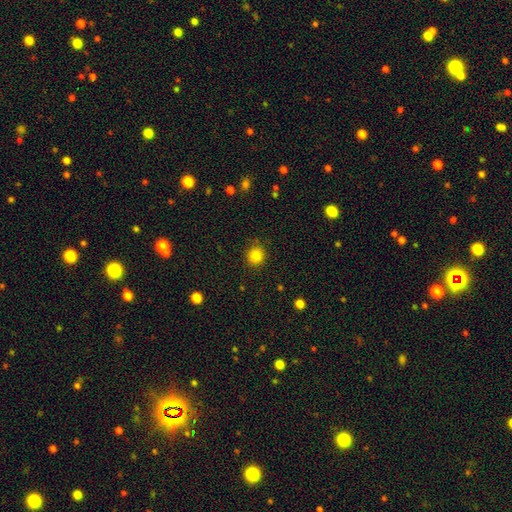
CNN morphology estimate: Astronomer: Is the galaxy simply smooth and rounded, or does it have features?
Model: smooth — 83%.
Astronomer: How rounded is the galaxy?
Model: round — 92%.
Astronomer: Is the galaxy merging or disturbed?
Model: none — 88%.